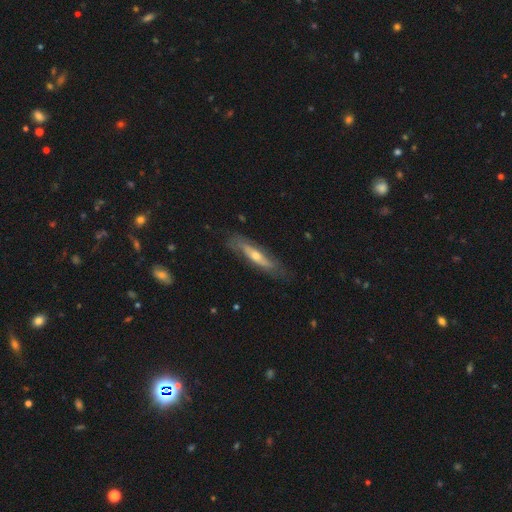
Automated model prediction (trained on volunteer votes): Smooth or featured? featured or disk (63%)
Edge-on disk? yes (56%)
Merging? none (72%)